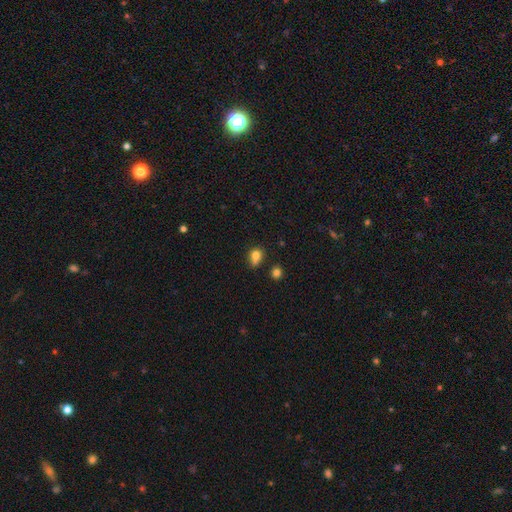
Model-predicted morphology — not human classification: Q: Smooth or featured?
A: smooth (79%); runner-up: star or artifact (12%)
Q: How rounded?
A: in between (51%); runner-up: round (47%)
Q: Merging?
A: none (45%); runner-up: minor disturbance (32%)